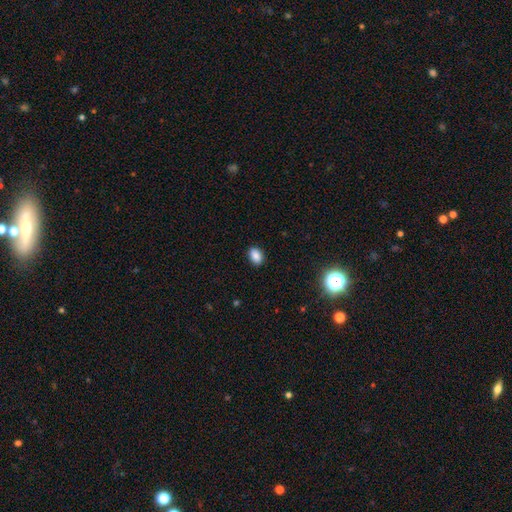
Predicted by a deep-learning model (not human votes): smooth_or_featured: smooth (p=0.86) [alt: star or artifact p=0.10]
how_rounded: in between (p=0.81) [alt: round p=0.17]
merging: none (p=0.88) [alt: minor disturbance p=0.09]